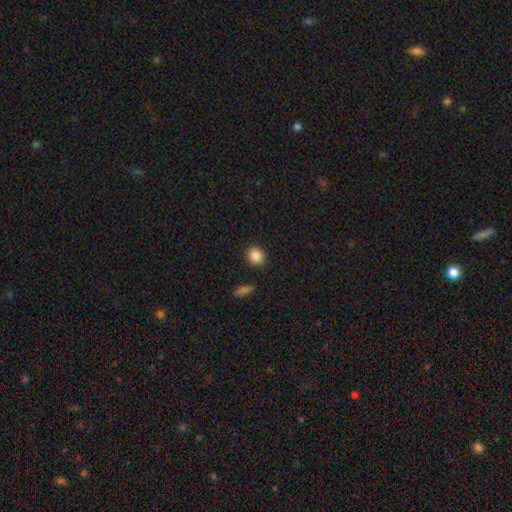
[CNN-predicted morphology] A smooth galaxy with no disk features (87%) that is round (71%). Merging: none (90%).